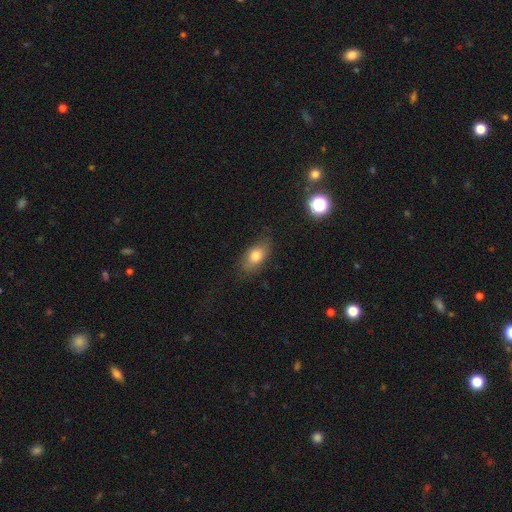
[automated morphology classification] Overall: smooth (76%). How rounded: in between (85%). Merging: none (75%).